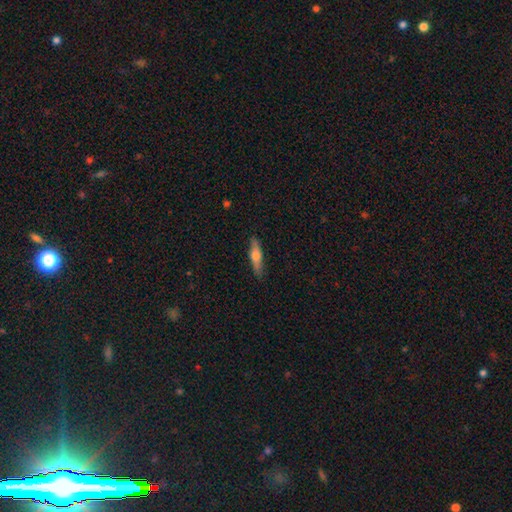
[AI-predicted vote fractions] Smooth or featured? smooth (53%)
How rounded? cigar-shaped (74%)
Merging? none (85%)